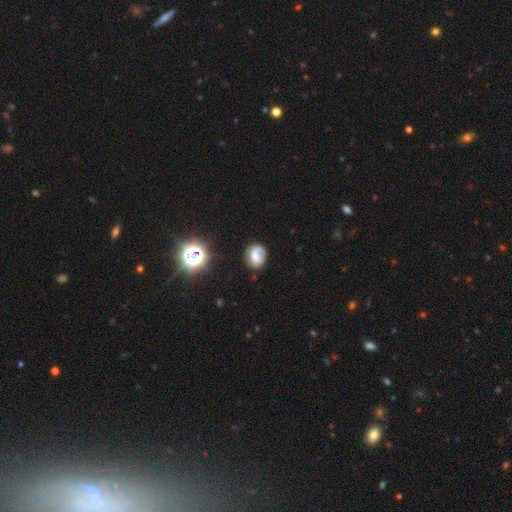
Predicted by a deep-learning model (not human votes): Q: Smooth or featured?
A: smooth (50%); runner-up: featured or disk (37%)
Q: How rounded?
A: round (57%); runner-up: in between (41%)
Q: Merging?
A: none (68%); runner-up: minor disturbance (20%)